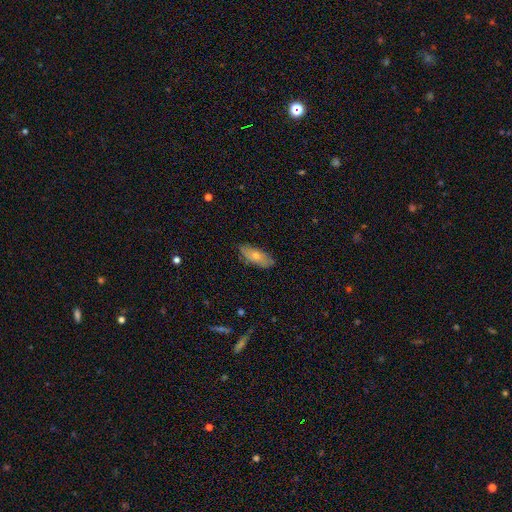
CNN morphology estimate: Smooth or featured? smooth (53%)
How rounded? in between (75%)
Merging? none (79%)